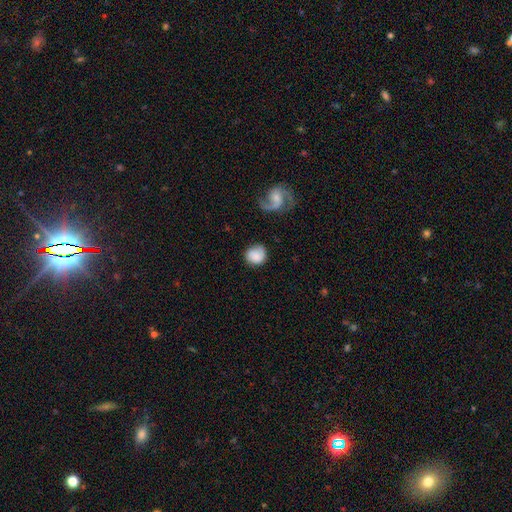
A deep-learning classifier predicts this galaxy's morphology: A smooth galaxy with no disk features (73%) that is round (79%). Merging: none (68%).